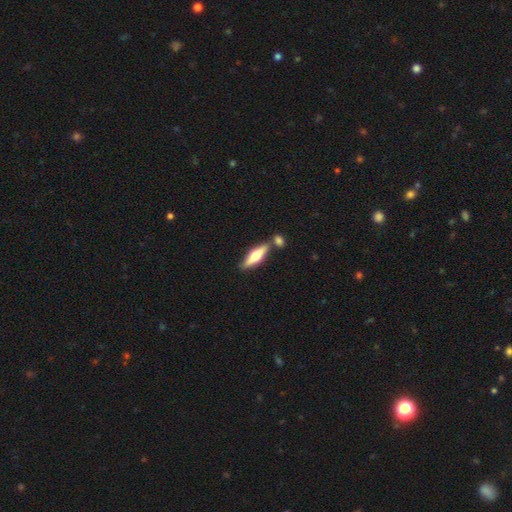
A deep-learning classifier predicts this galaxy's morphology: Overall: featured or disk (50%; smooth 44%). Edge-on disk: yes (92%). Merging: none (68%).